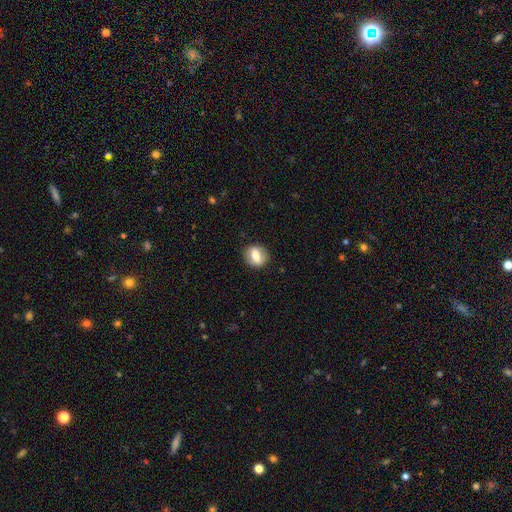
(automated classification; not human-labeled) A smooth galaxy with no disk features (64%) that is round (58%).

Vote fractions:
- Smooth or featured? smooth: 64% / featured or disk: 28% / star or artifact: 8%
- How rounded? round: 58% / in between: 40% / cigar-shaped: 2%
- Merging? none: 86% / minor disturbance: 10% / major disturbance: 3% / merger: 1%